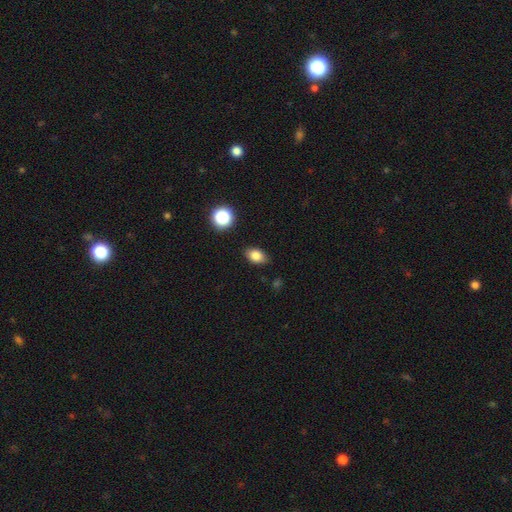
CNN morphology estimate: Smooth or featured?
  - smooth: 82% *
  - star or artifact: 11%
  - featured or disk: 8%
How rounded?
  - in between: 83% *
  - round: 16%
  - cigar-shaped: 2%
Merging?
  - none: 84% *
  - minor disturbance: 12%
  - major disturbance: 3%
  - merger: 2%